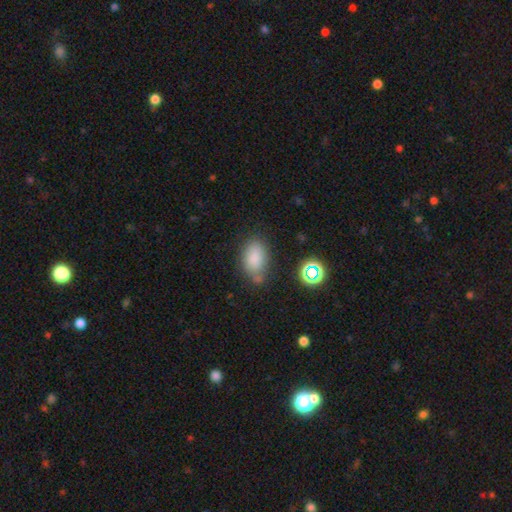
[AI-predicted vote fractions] A smooth galaxy with no disk features (81%) that is in between round and cigar-shaped (86%). Merging: none (65%).